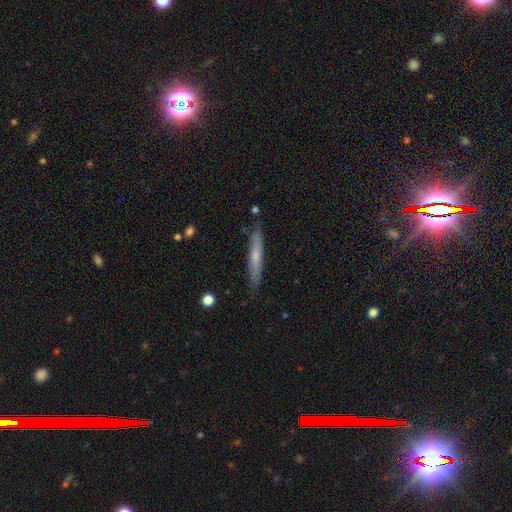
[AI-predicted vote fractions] Smooth or featured: smooth — 55% (featured or disk — 39%)
How rounded: cigar-shaped — 94% (in between — 5%)
Merging: none — 84% (minor disturbance — 12%)